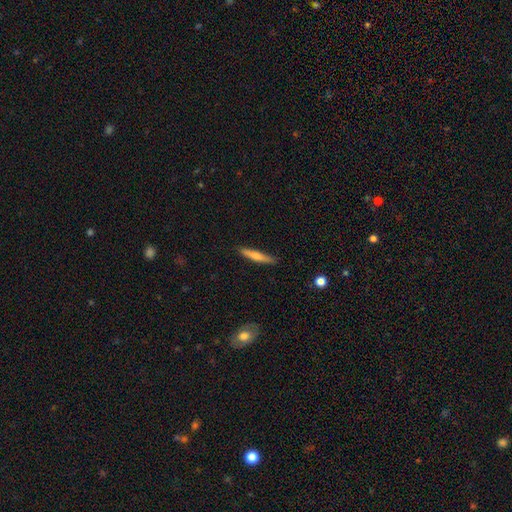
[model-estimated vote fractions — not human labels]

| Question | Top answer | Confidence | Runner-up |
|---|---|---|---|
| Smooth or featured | smooth | 58% | featured or disk (36%) |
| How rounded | cigar-shaped | 92% | in between (7%) |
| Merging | none | 89% | minor disturbance (8%) |